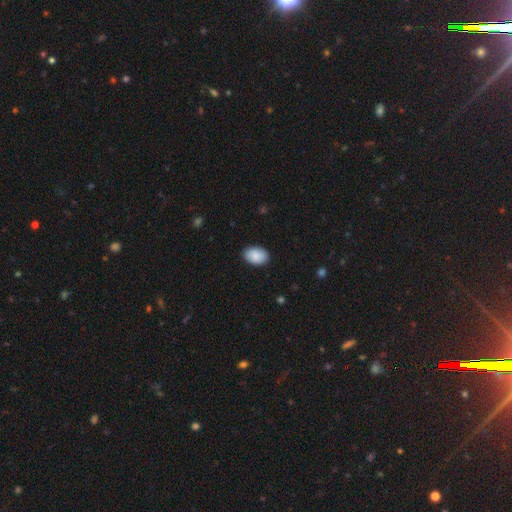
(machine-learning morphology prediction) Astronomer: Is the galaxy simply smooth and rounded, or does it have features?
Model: smooth — 88%.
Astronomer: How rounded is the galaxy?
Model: in between — 89%.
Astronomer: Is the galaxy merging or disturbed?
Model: none — 88%.